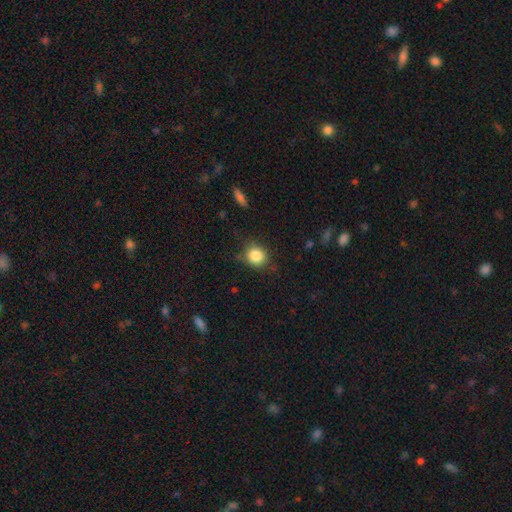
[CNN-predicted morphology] smooth-or-featured: smooth: 85% | star or artifact: 10% | featured or disk: 6%
  how-rounded: round: 76% | in between: 23% | cigar-shaped: 1%
  merging: none: 77% | minor disturbance: 16% | major disturbance: 4% | merger: 2%